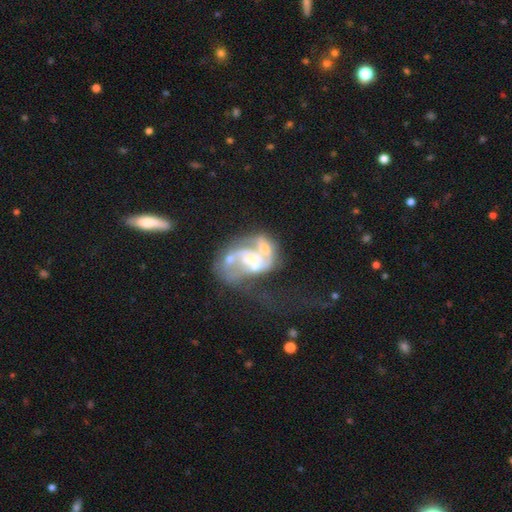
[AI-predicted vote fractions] This appears to be a featured or disk galaxy (75%) with no bar (71%), spiral arms (58%) and a moderate central bulge (40%). Merging: merger (44%).